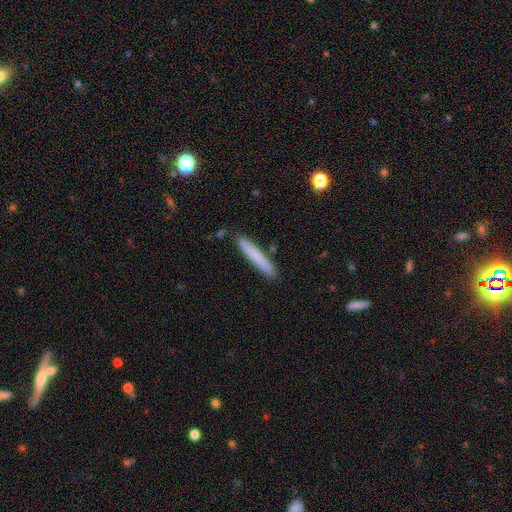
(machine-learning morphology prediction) Q: Smooth or featured?
A: smooth (75%); runner-up: featured or disk (18%)
Q: How rounded?
A: cigar-shaped (96%); runner-up: in between (3%)
Q: Merging?
A: none (88%); runner-up: minor disturbance (8%)